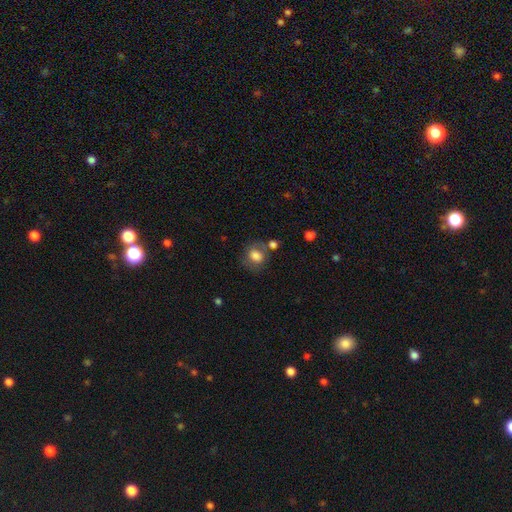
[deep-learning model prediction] Smooth or featured? Predicted: smooth (p=0.75). How rounded? Predicted: round (p=0.53). Merging? Predicted: none (p=0.63).